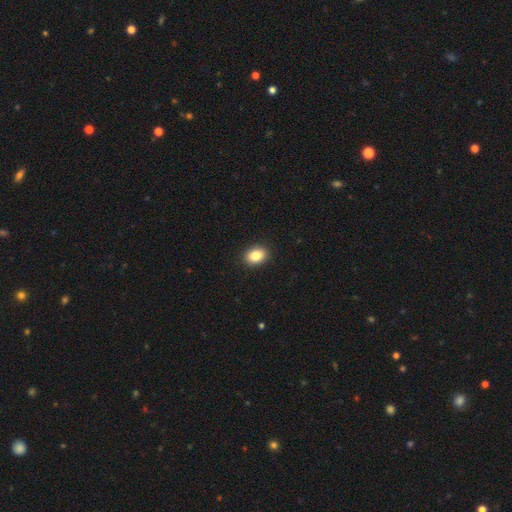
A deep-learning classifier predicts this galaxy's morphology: Smooth or featured?
  - smooth: 85% *
  - star or artifact: 9%
  - featured or disk: 6%
How rounded?
  - in between: 68% *
  - round: 31%
  - cigar-shaped: 1%
Merging?
  - none: 91% *
  - minor disturbance: 6%
  - major disturbance: 2%
  - merger: 1%